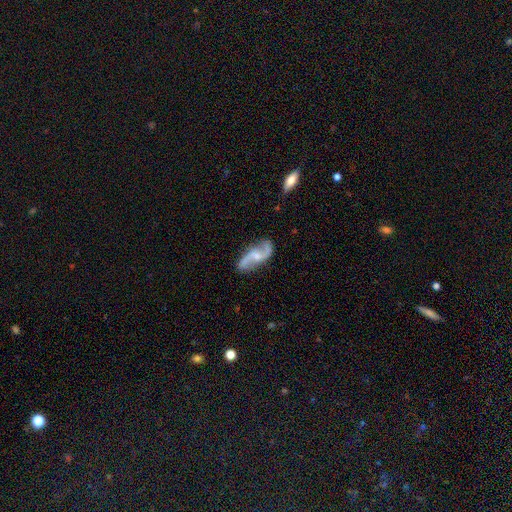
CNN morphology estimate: Overall: featured or disk (86%). Edge-on disk: no (96%). Bar: no (47%; weak 40%). Spiral arms: yes (96%). Spiral arm count: 2 (93%). Spiral winding: loose (74%). Bulge size: small (49%; moderate 37%). Merging: none (76%).